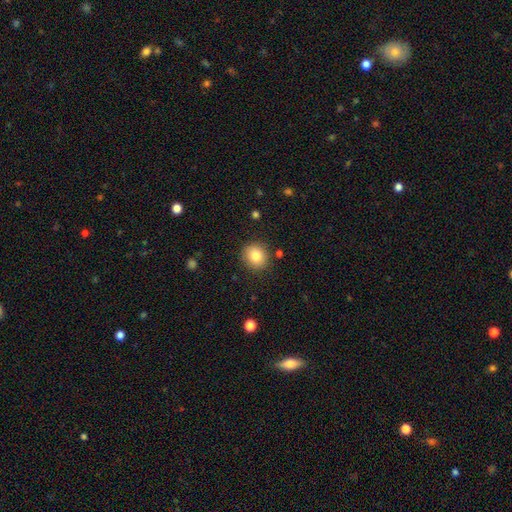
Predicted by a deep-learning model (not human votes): A smooth galaxy with no disk features (83%) that is round (85%).

Vote fractions:
- Smooth or featured? smooth: 83% / star or artifact: 10% / featured or disk: 8%
- How rounded? round: 85% / in between: 14% / cigar-shaped: 1%
- Merging? none: 88% / minor disturbance: 8% / major disturbance: 2% / merger: 2%